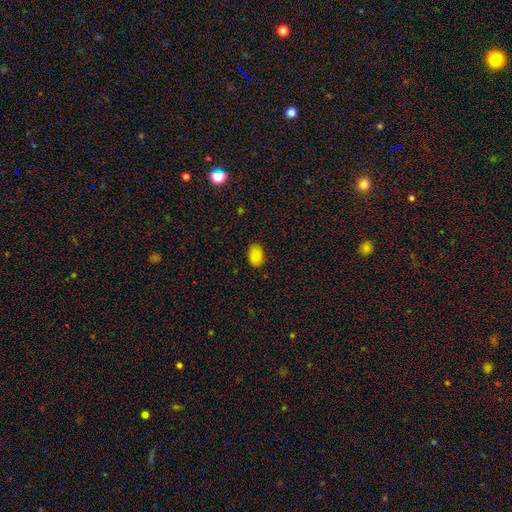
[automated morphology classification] This appears to be a smooth galaxy with no disk features (85%) that is in between round and cigar-shaped (86%). Merging: none (84%).